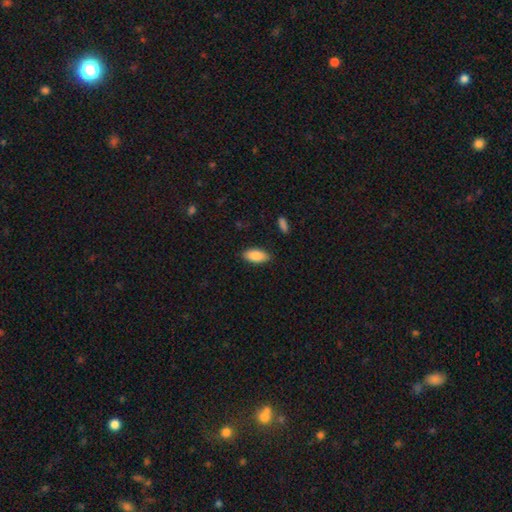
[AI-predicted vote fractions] smooth_or_featured: smooth (p=0.87) [alt: featured or disk p=0.06]
how_rounded: in between (p=0.90) [alt: cigar-shaped p=0.08]
merging: none (p=0.86) [alt: minor disturbance p=0.11]